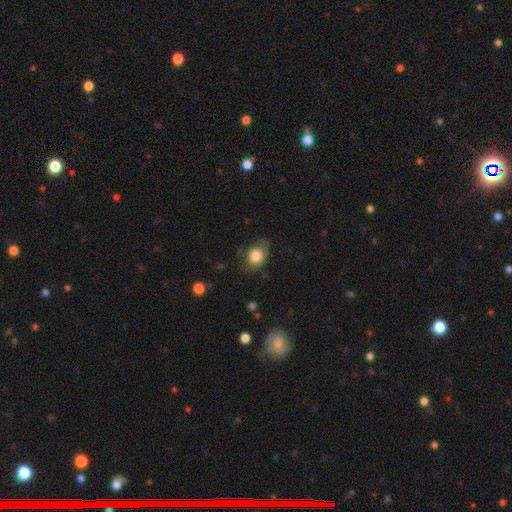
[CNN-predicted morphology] Smooth or featured?
  - smooth: 77% *
  - featured or disk: 14%
  - star or artifact: 8%
How rounded?
  - in between: 53% *
  - round: 46%
  - cigar-shaped: 1%
Merging?
  - none: 62% *
  - minor disturbance: 25%
  - major disturbance: 11%
  - merger: 1%